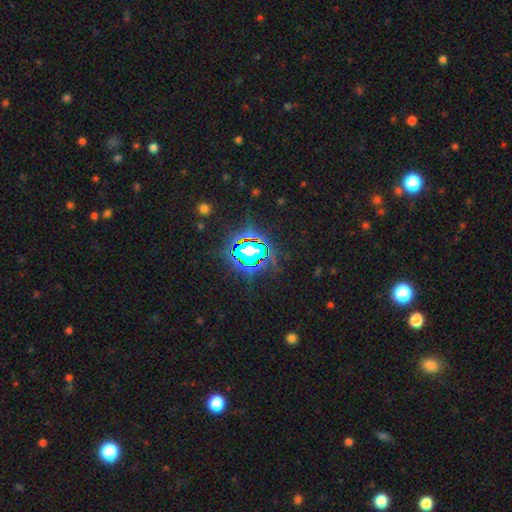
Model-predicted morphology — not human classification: Smooth or featured? Predicted: star or artifact (p=0.80).